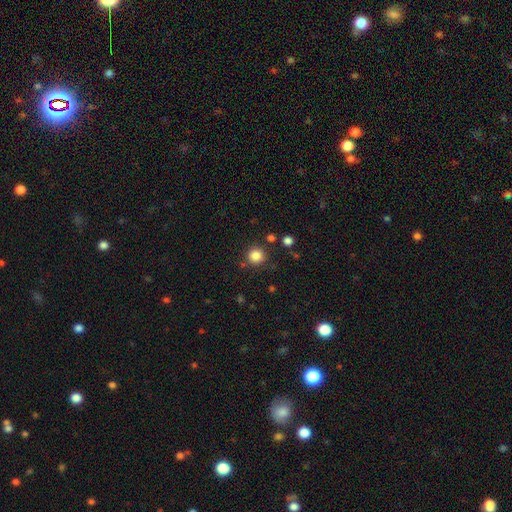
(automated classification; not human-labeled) Smooth or featured? Predicted: smooth (p=0.84). How rounded? Predicted: round (p=0.93). Merging? Predicted: none (p=0.85).